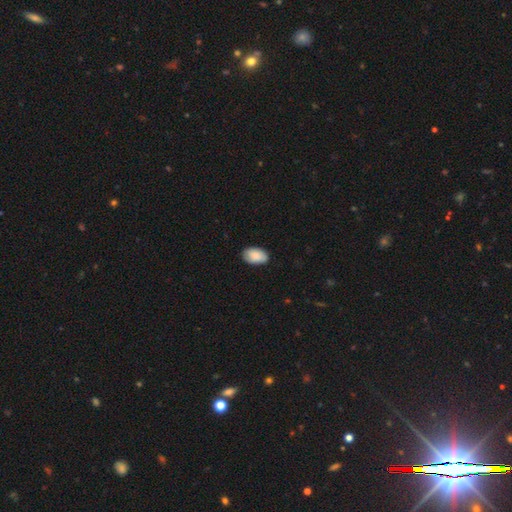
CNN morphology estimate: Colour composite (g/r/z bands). It shows a smooth galaxy with no disk features (87%) that is in between round and cigar-shaped (93%). Merging: none (83%).